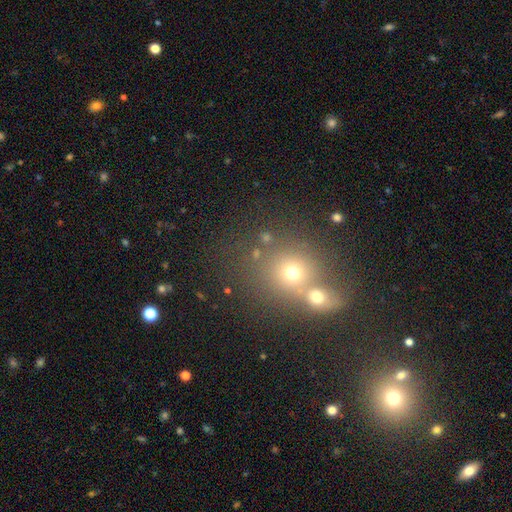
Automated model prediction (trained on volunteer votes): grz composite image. It shows a smooth galaxy with no disk features (58%) that is round (77%). Merging: merger (49%).